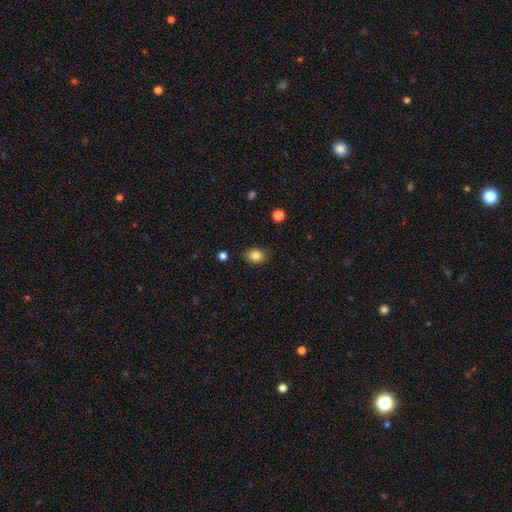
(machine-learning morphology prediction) type=smooth (84%); roundness=in between (58%); merging=none (86%).